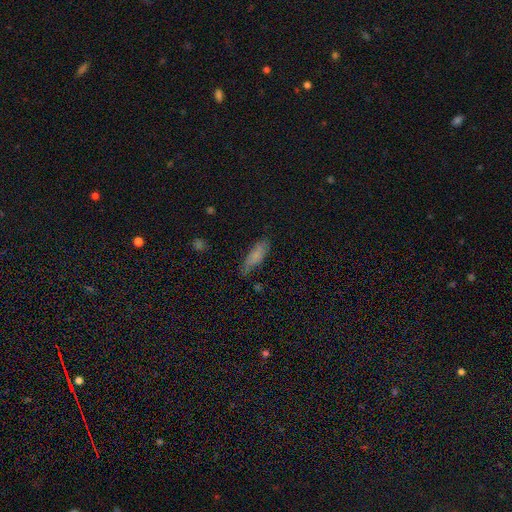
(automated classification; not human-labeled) Smooth or featured? smooth (75%)
How rounded? in between (60%)
Merging? none (69%)